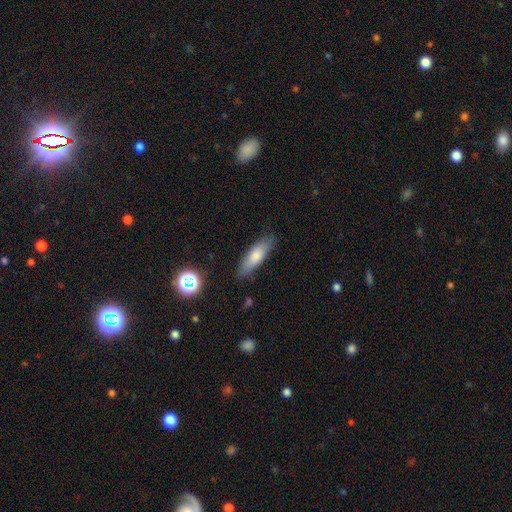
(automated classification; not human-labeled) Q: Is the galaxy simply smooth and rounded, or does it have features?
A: smooth — 74%.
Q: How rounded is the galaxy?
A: cigar-shaped — 50%.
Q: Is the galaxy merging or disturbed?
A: none — 82%.